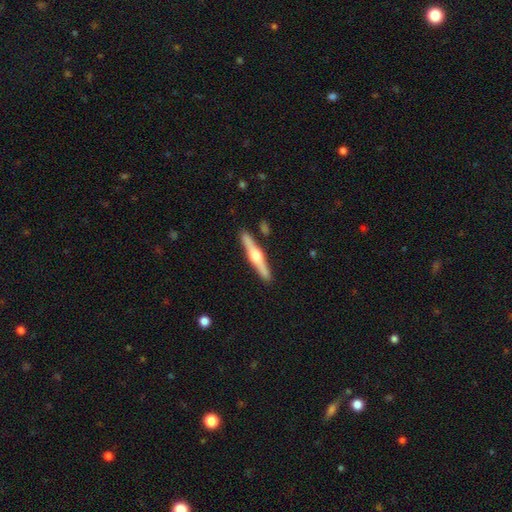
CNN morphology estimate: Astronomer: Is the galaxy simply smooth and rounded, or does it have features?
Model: featured or disk — 74%.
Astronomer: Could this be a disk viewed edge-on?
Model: yes — 98%.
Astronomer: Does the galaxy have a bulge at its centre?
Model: rounded — 93%.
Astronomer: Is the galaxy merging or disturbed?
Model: none — 90%.